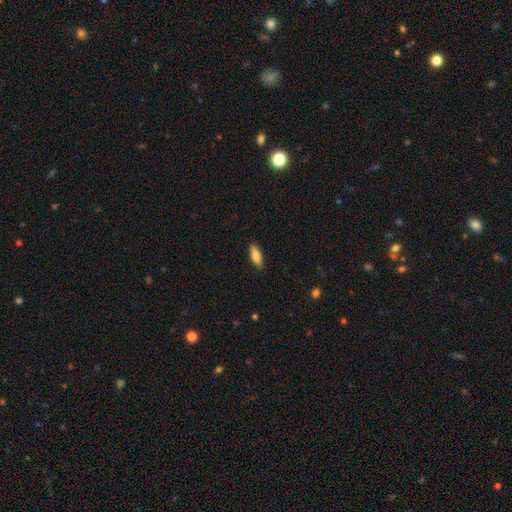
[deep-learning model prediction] The model was most divided on "how rounded": in between: 71%, cigar-shaped: 26%, round: 2%. More confident: merging — none (89%); smooth or featured — smooth (82%).